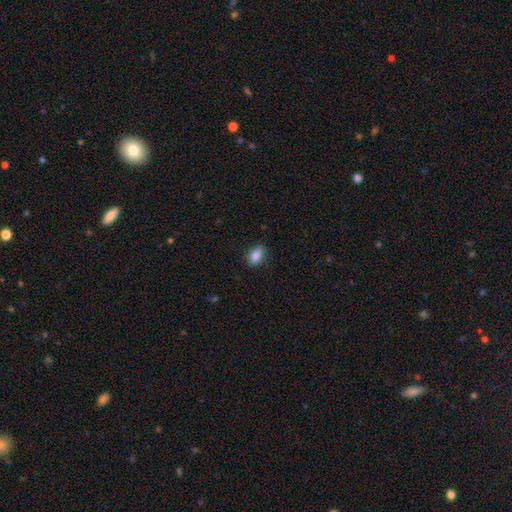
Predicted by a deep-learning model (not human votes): The model was most divided on "merging": none: 81%, minor disturbance: 16%, major disturbance: 3%, merger: 1%. More confident: smooth or featured — smooth (86%); how rounded — in between (85%).